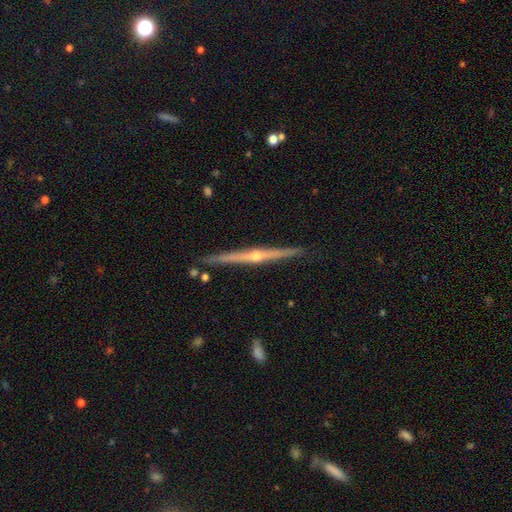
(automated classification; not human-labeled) Smooth or featured? featured or disk (85%)
Edge-on disk? yes (98%)
Edge-on bulge? rounded (89%)
Merging? none (90%)